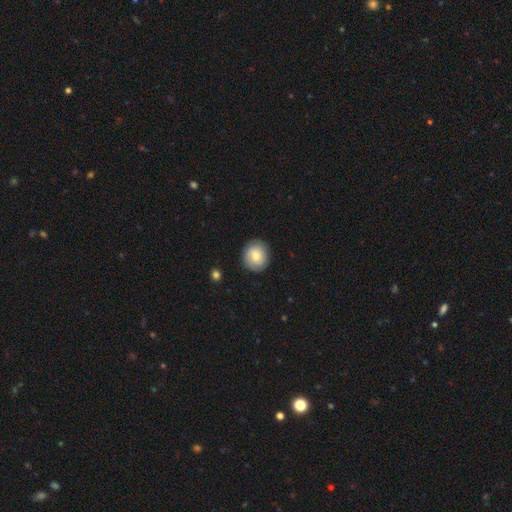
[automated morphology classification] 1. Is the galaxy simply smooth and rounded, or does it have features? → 71% smooth, 21% featured or disk, 7% star or artifact.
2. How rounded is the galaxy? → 83% round, 16% in between, 1% cigar-shaped.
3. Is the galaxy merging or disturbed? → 87% none, 10% minor disturbance, 2% major disturbance, 1% merger.